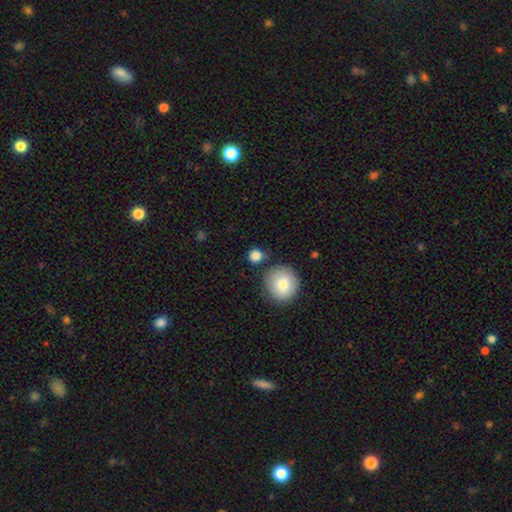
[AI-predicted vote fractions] A smooth galaxy with no disk features (85%) that is round (85%).

Vote fractions:
- Smooth or featured? smooth: 85% / star or artifact: 9% / featured or disk: 6%
- How rounded? round: 85% / in between: 14% / cigar-shaped: 1%
- Merging? none: 70% / minor disturbance: 14% / merger: 11% / major disturbance: 5%